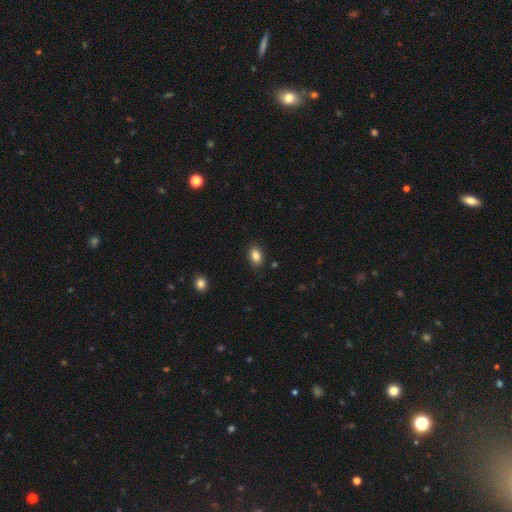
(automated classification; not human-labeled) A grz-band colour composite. It shows a smooth galaxy with no disk features (86%) that is in between round and cigar-shaped (82%). Merging: none (87%).